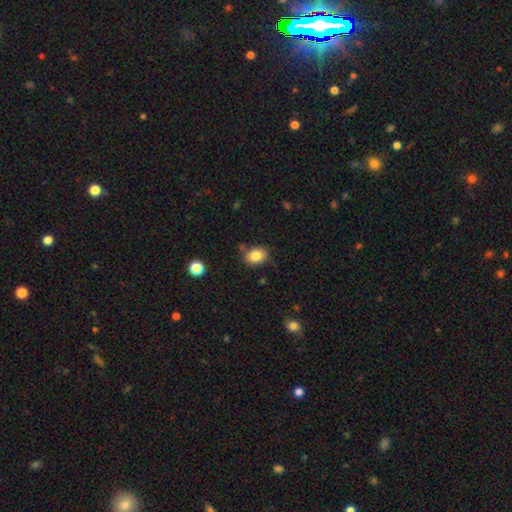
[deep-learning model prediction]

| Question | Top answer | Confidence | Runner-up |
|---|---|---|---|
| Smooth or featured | smooth | 82% | star or artifact (10%) |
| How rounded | in between | 64% | round (35%) |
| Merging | none | 77% | minor disturbance (15%) |